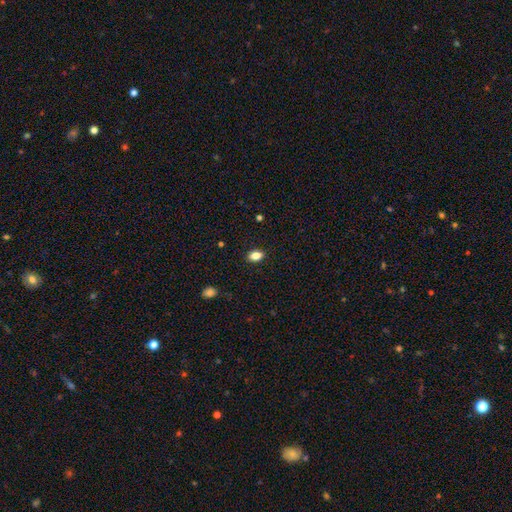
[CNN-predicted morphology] smooth 84%, star or artifact 10%, featured or disk 6%. Down the decision tree: how rounded — in between (84%); merging — none (89%).